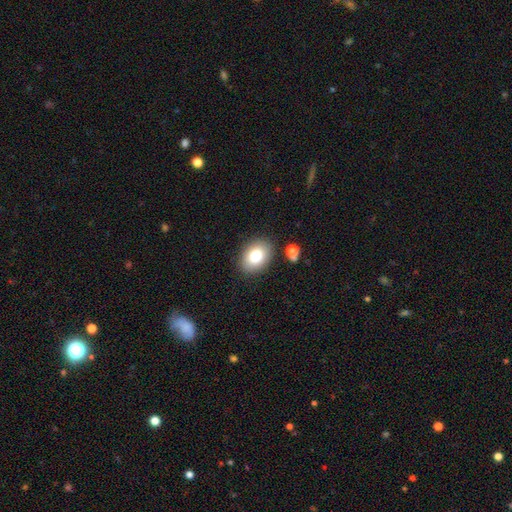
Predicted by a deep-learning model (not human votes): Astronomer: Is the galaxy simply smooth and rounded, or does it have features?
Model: smooth — 81%.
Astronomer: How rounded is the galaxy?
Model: in between — 79%.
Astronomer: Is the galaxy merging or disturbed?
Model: none — 84%.